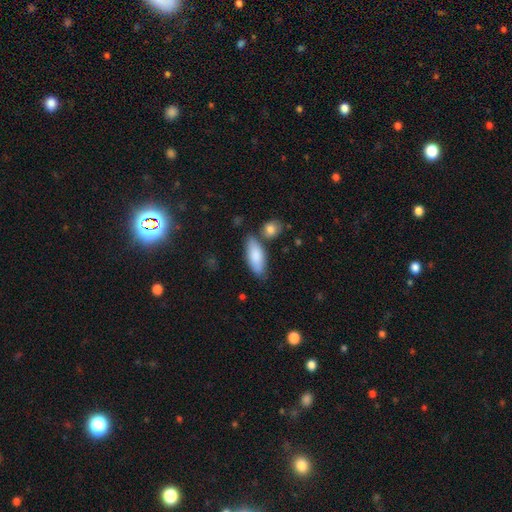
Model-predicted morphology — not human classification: Overall: smooth (83%). How rounded: in between (78%). Merging: none (70%).